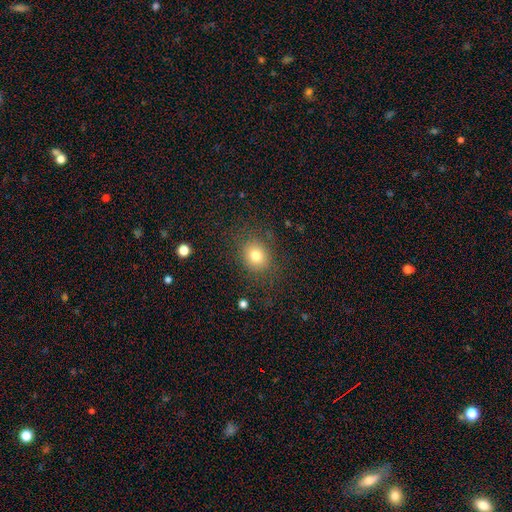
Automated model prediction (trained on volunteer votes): Smooth or featured?
  - smooth: 79% *
  - star or artifact: 12%
  - featured or disk: 9%
How rounded?
  - round: 66% *
  - in between: 33%
  - cigar-shaped: 1%
Merging?
  - none: 80% *
  - minor disturbance: 12%
  - major disturbance: 6%
  - merger: 2%